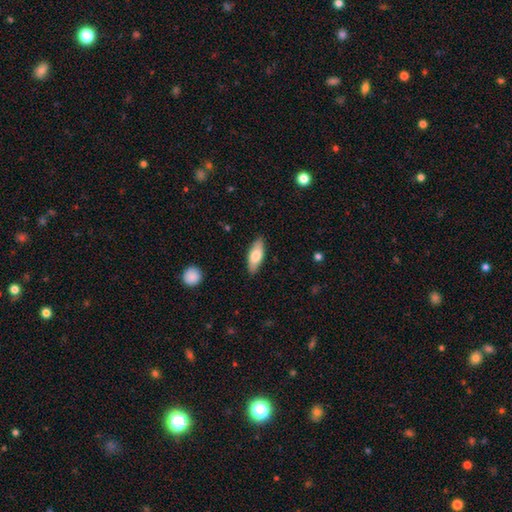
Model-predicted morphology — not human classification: This is likely a smooth galaxy (71%). How rounded: likely in between (72%). Merging: clearly none (86%).